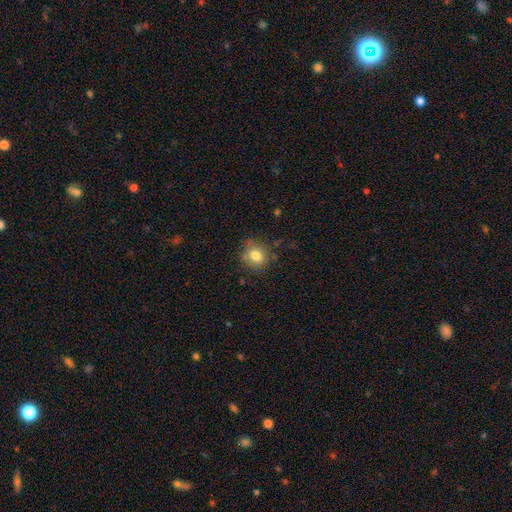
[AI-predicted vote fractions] This appears to be a smooth galaxy with no disk features (78%) that is round (63%). Merging: none (71%).